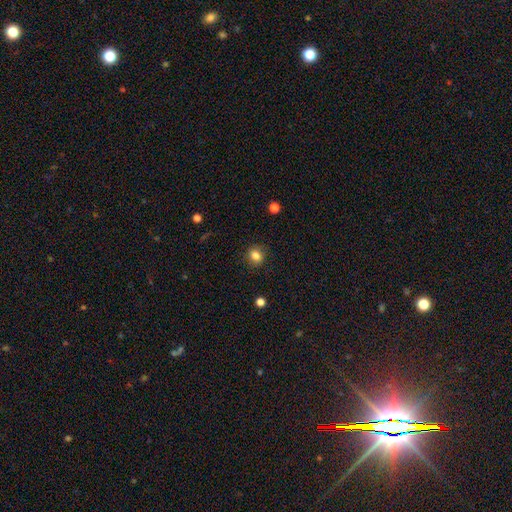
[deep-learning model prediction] Q: Smooth or featured?
A: smooth (83%); runner-up: star or artifact (11%)
Q: How rounded?
A: round (70%); runner-up: in between (29%)
Q: Merging?
A: none (87%); runner-up: minor disturbance (9%)